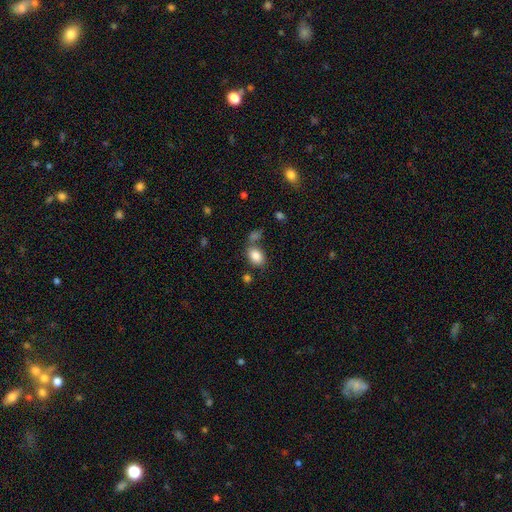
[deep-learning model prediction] Smooth or featured? smooth (85%)
How rounded? in between (81%)
Merging? none (65%)